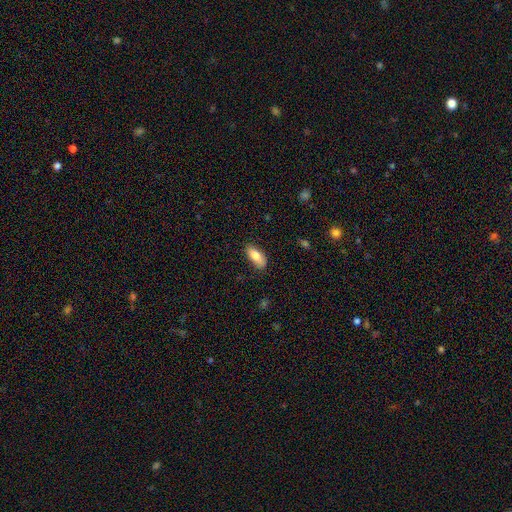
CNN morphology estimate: smooth_or_featured: smooth (p=0.81) [alt: featured or disk p=0.13]
how_rounded: in between (p=0.84) [alt: cigar-shaped p=0.13]
merging: none (p=0.84) [alt: minor disturbance p=0.13]